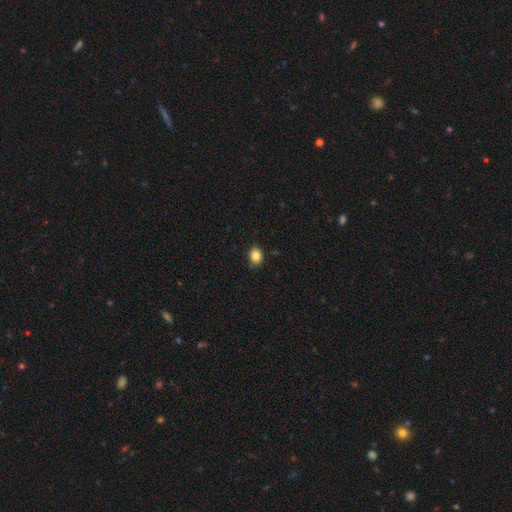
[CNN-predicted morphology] smooth-or-featured: smooth: 85% | star or artifact: 10% | featured or disk: 5%
  how-rounded: in between: 51% | round: 48% | cigar-shaped: 1%
  merging: none: 81% | minor disturbance: 15% | major disturbance: 2% | merger: 2%